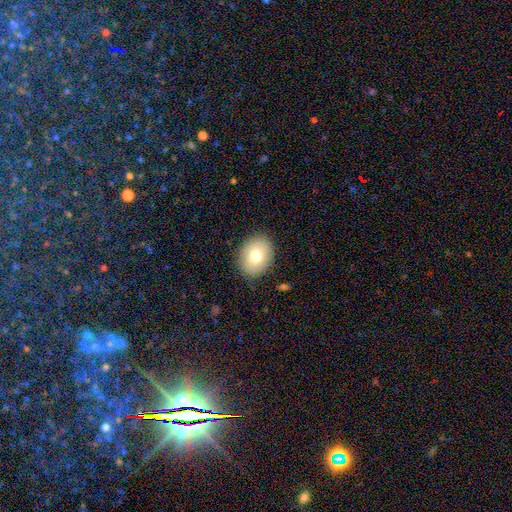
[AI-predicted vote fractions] The model was most divided on "how rounded": in between: 60%, round: 39%, cigar-shaped: 1%. More confident: merging — none (86%); smooth or featured — smooth (75%).